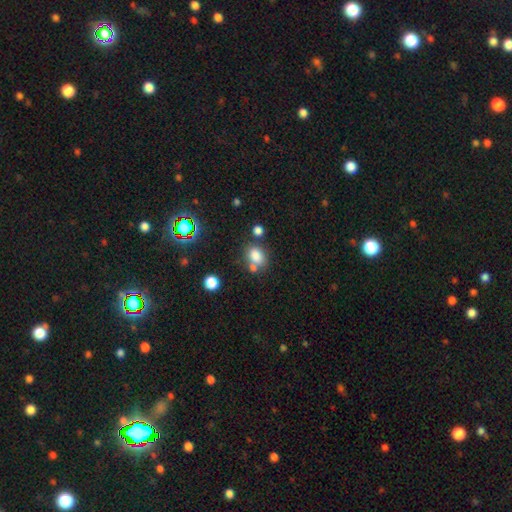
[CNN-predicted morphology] A smooth galaxy with no disk features (80%) that is in between round and cigar-shaped (66%). Merging: none (57%).